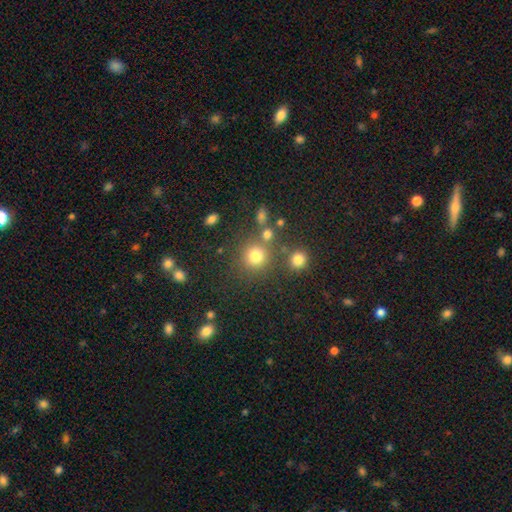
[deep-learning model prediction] A smooth galaxy with no disk features (76%) that is round (90%).

Vote fractions:
- Smooth or featured? smooth: 76% / star or artifact: 17% / featured or disk: 7%
- How rounded? round: 90% / in between: 9% / cigar-shaped: 1%
- Merging? none: 73% / merger: 12% / minor disturbance: 9% / major disturbance: 5%